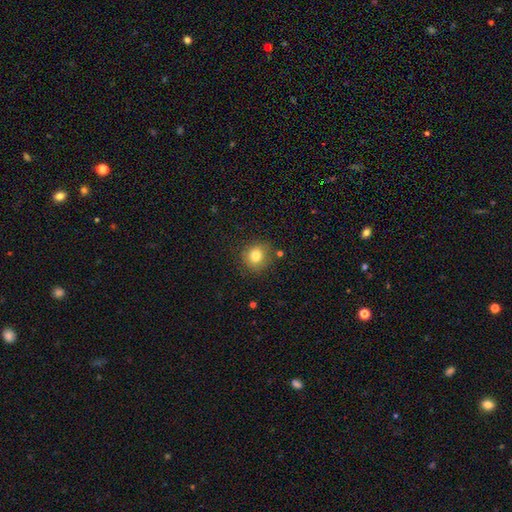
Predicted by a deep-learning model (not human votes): Overall: smooth (80%). How rounded: round (85%). Merging: none (82%).